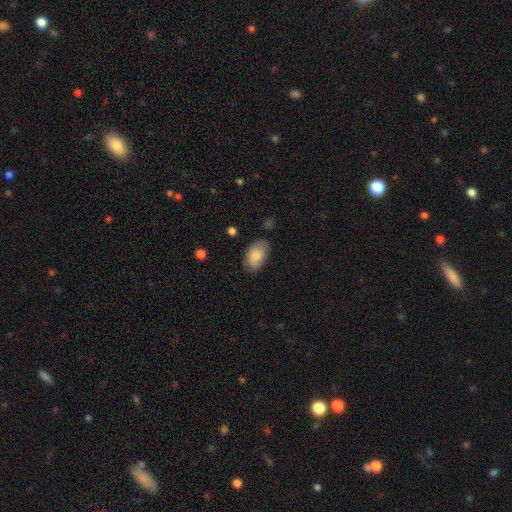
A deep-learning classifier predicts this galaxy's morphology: Overall: smooth (83%). How rounded: in between (92%). Merging: none (71%).